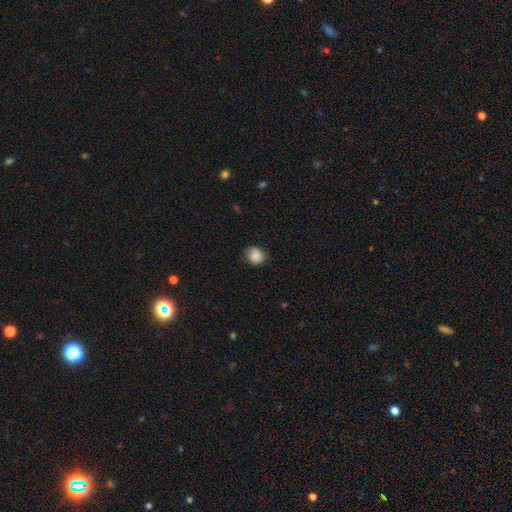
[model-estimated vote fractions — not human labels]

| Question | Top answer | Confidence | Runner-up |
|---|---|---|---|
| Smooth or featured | smooth | 81% | featured or disk (10%) |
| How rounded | round | 71% | in between (29%) |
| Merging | none | 72% | minor disturbance (22%) |